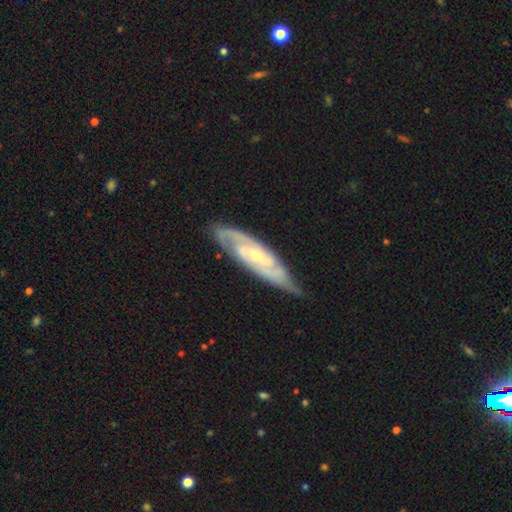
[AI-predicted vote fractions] Q: Smooth or featured?
A: featured or disk (88%); runner-up: smooth (8%)
Q: Edge-on disk?
A: no (86%); runner-up: yes (14%)
Q: Bar?
A: weak (42%); runner-up: no (37%)
Q: Spiral arms?
A: yes (97%); runner-up: no (3%)
Q: Spiral winding?
A: tight (54%); runner-up: medium (39%)
Q: Spiral arm count?
A: 2 (70%); runner-up: 3 (12%)
Q: Bulge size?
A: small (62%); runner-up: moderate (35%)
Q: Merging?
A: none (77%); runner-up: minor disturbance (18%)